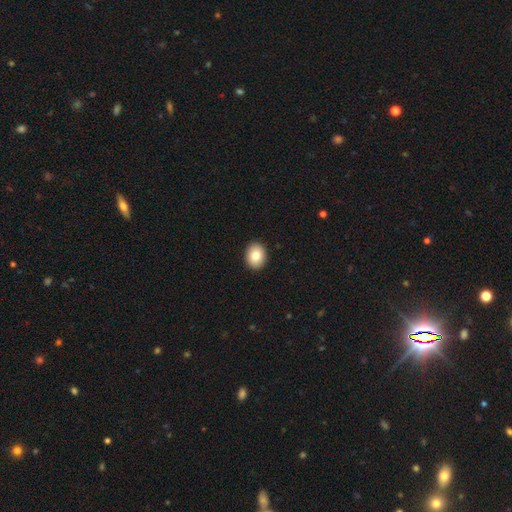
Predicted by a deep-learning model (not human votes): Smooth or featured?
  - smooth: 82% *
  - featured or disk: 10%
  - star or artifact: 8%
How rounded?
  - in between: 53% *
  - round: 46%
  - cigar-shaped: 1%
Merging?
  - none: 92% *
  - minor disturbance: 6%
  - major disturbance: 1%
  - merger: 1%